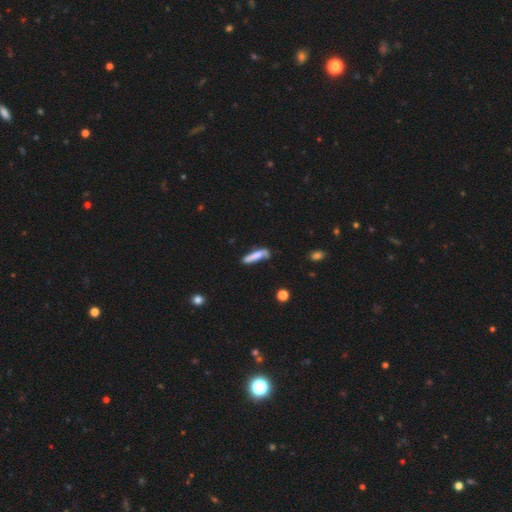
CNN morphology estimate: Smooth or featured? smooth (67%)
How rounded? cigar-shaped (80%)
Merging? none (54%)